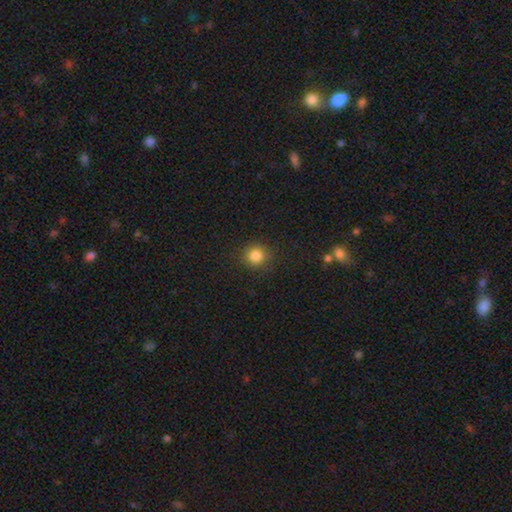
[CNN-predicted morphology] Smooth or featured: smooth — 84% (star or artifact — 12%)
How rounded: round — 91% (in between — 8%)
Merging: none — 88% (minor disturbance — 8%)